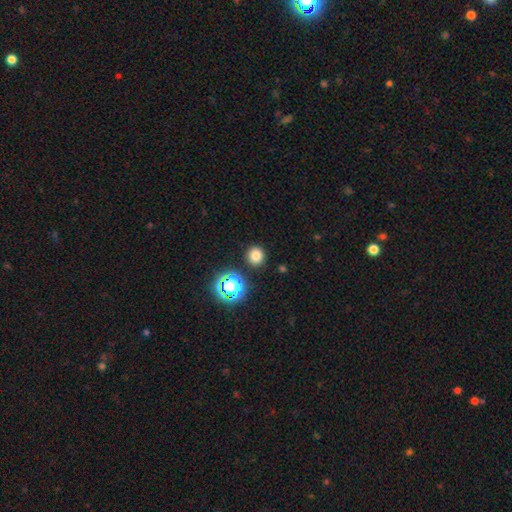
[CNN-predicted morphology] This is likely a smooth galaxy (77%). How rounded: clearly round (91%). Merging: clearly none (89%).